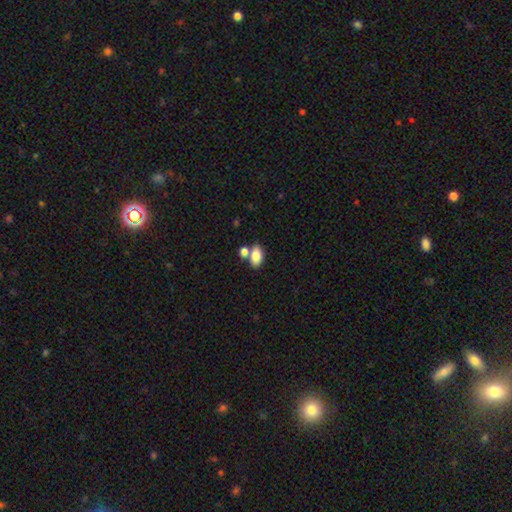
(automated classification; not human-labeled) smooth-or-featured: smooth: 82% | featured or disk: 10% | star or artifact: 8%
  how-rounded: in between: 89% | round: 9% | cigar-shaped: 2%
  merging: none: 53% | merger: 33% | minor disturbance: 11% | major disturbance: 4%